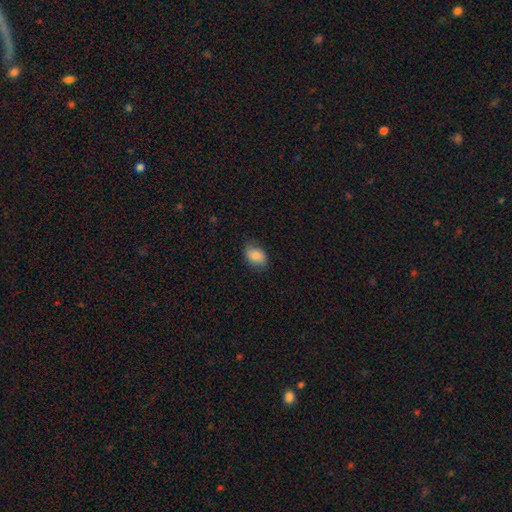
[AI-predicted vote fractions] The model was most divided on "merging": none: 74%, minor disturbance: 21%, major disturbance: 4%, merger: 1%. More confident: smooth or featured — smooth (84%); how rounded — in between (80%).